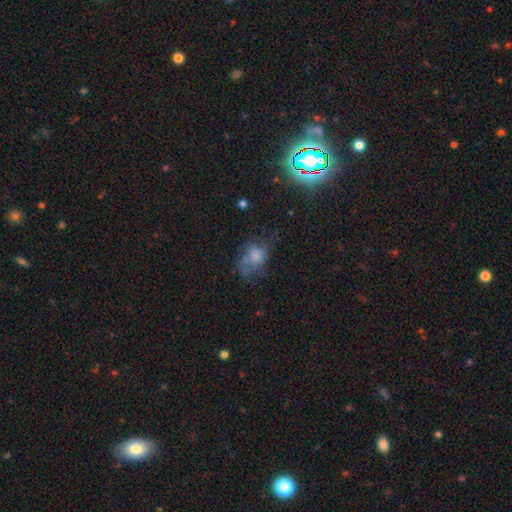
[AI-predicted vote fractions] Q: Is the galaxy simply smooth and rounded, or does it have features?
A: smooth — 42%.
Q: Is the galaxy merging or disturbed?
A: none — 40%.